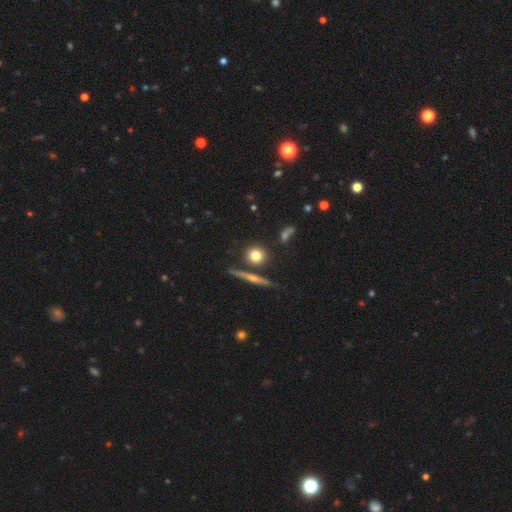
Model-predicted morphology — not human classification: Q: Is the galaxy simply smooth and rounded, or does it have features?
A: smooth — 73%.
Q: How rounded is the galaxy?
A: round — 83%.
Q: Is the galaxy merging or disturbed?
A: none — 77%.